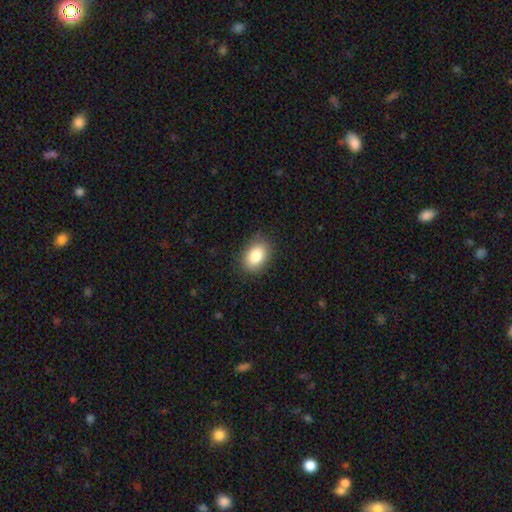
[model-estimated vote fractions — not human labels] The model was most divided on "how rounded": in between: 80%, round: 18%, cigar-shaped: 1%. More confident: smooth or featured — smooth (85%); merging — none (85%).